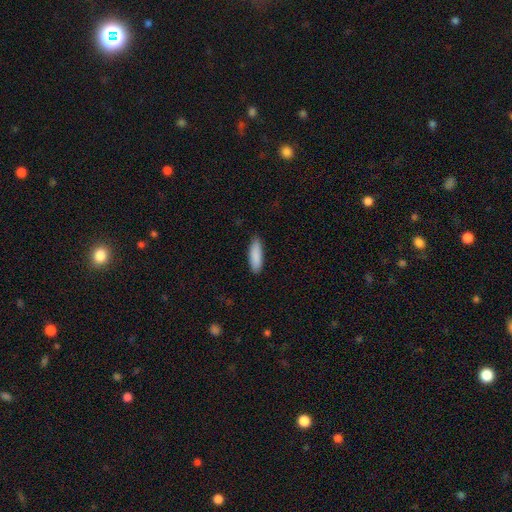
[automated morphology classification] smooth-or-featured: smooth: 89% | star or artifact: 6% | featured or disk: 5%
  how-rounded: cigar-shaped: 53% | in between: 46% | round: 1%
  merging: none: 87% | minor disturbance: 10% | major disturbance: 2% | merger: 1%